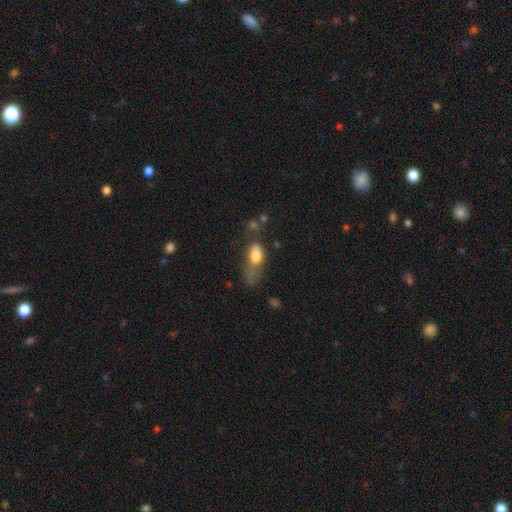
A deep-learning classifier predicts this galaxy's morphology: Smooth or featured? Predicted: smooth (p=0.75). How rounded? Predicted: in between (p=0.81). Merging? Predicted: major disturbance (p=0.50).